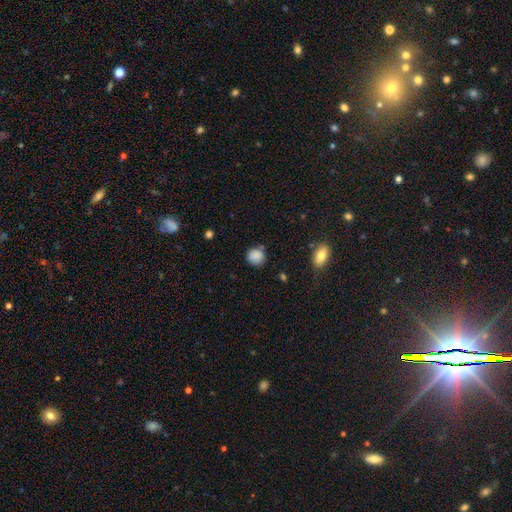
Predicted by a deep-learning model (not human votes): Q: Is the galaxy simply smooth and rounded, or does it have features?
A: smooth — 86%.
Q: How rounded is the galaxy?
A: round — 85%.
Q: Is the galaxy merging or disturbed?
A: none — 75%.